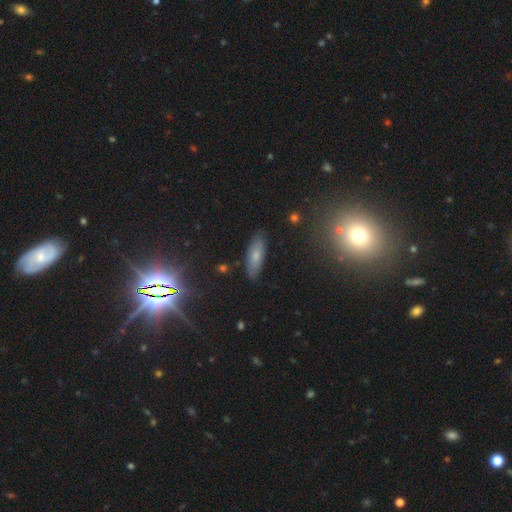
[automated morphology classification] Smooth or featured?
  - smooth: 66% *
  - featured or disk: 20%
  - star or artifact: 14%
How rounded?
  - in between: 59% *
  - cigar-shaped: 38%
  - round: 3%
Merging?
  - none: 84% *
  - minor disturbance: 12%
  - major disturbance: 3%
  - merger: 2%